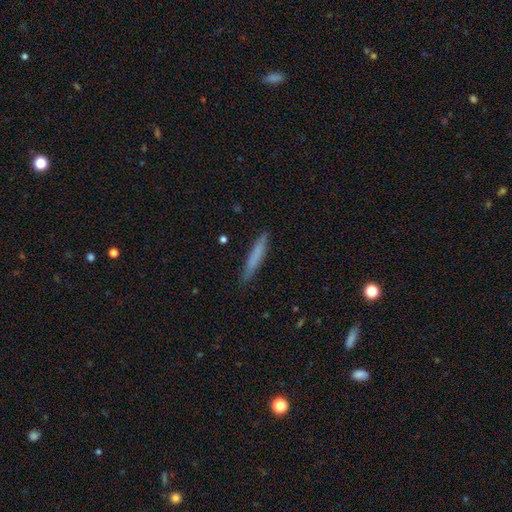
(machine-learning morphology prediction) A smooth galaxy with no disk features (71%) that is cigar-shaped (94%).

Vote fractions:
- Smooth or featured? smooth: 71% / featured or disk: 22% / star or artifact: 6%
- How rounded? cigar-shaped: 94% / in between: 4% / round: 1%
- Merging? none: 88% / minor disturbance: 9% / major disturbance: 2% / merger: 1%